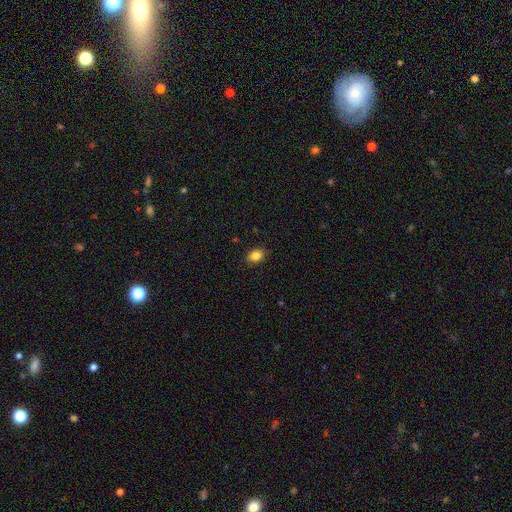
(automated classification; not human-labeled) smooth-or-featured: smooth: 85% | star or artifact: 9% | featured or disk: 5%
  how-rounded: in between: 71% | round: 28% | cigar-shaped: 1%
  merging: none: 88% | minor disturbance: 9% | major disturbance: 2% | merger: 1%